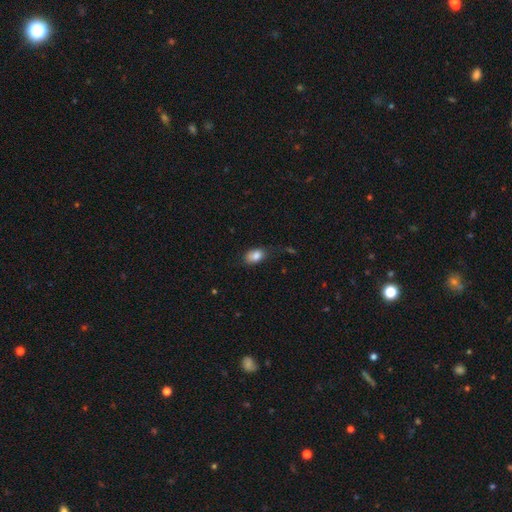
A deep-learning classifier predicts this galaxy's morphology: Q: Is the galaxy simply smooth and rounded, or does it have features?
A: smooth — 84%.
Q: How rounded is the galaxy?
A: in between — 86%.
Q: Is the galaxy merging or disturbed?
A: none — 64%.